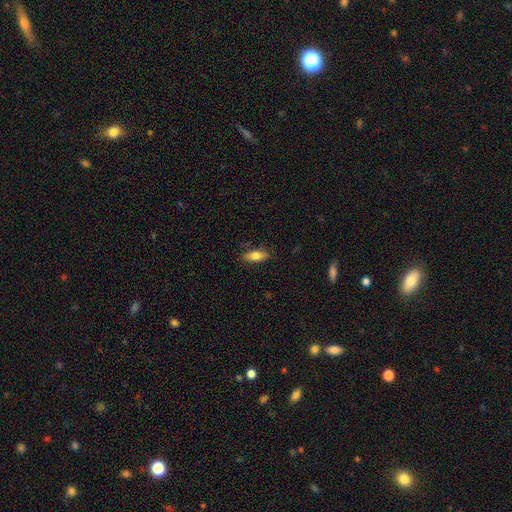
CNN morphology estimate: type=smooth (75%); roundness=in between (79%); merging=none (83%).